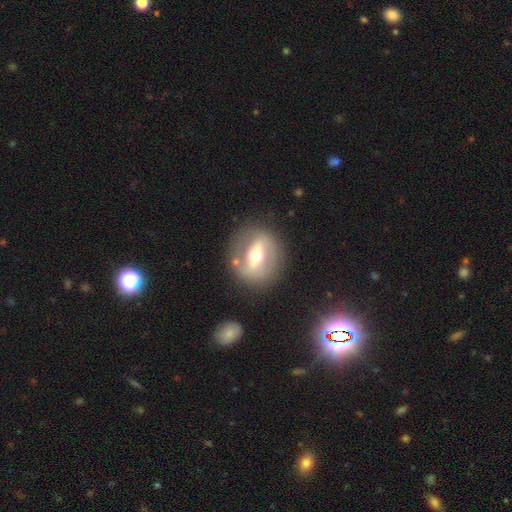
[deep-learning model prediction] This appears to be a featured or disk galaxy (63%) with a strong bar (59%), no spiral arms (72%) and a moderate central bulge (70%). Merging: none (79%).